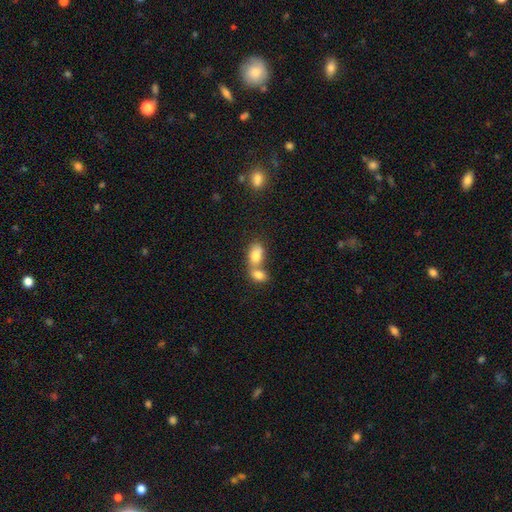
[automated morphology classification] smooth-or-featured: smooth: 80% | featured or disk: 12% | star or artifact: 8%
  how-rounded: in between: 86% | round: 12% | cigar-shaped: 2%
  merging: merger: 65% | none: 25% | minor disturbance: 7% | major disturbance: 3%